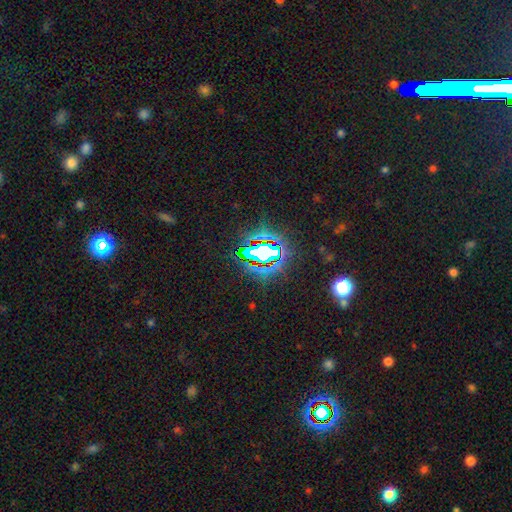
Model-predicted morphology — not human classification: Smooth or featured? Predicted: star or artifact (p=0.73).